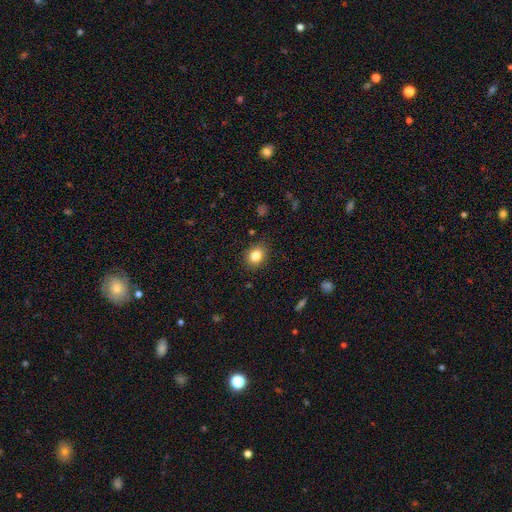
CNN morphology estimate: Smooth or featured? Predicted: smooth (p=0.83). How rounded? Predicted: round (p=0.58). Merging? Predicted: none (p=0.85).